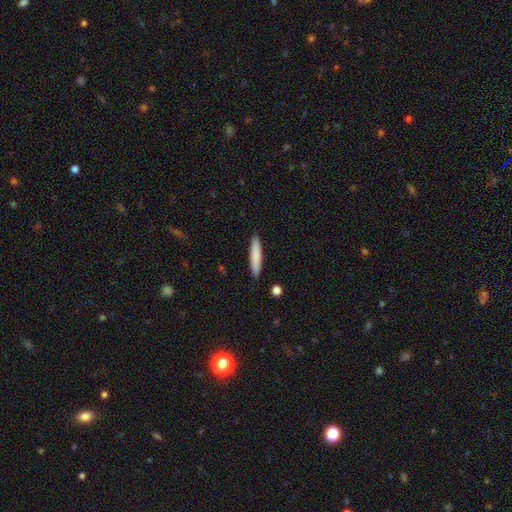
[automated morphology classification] Smooth or featured?
  - smooth: 82% *
  - featured or disk: 12%
  - star or artifact: 6%
How rounded?
  - cigar-shaped: 88% *
  - in between: 10%
  - round: 1%
Merging?
  - none: 90% *
  - minor disturbance: 7%
  - merger: 2%
  - major disturbance: 2%